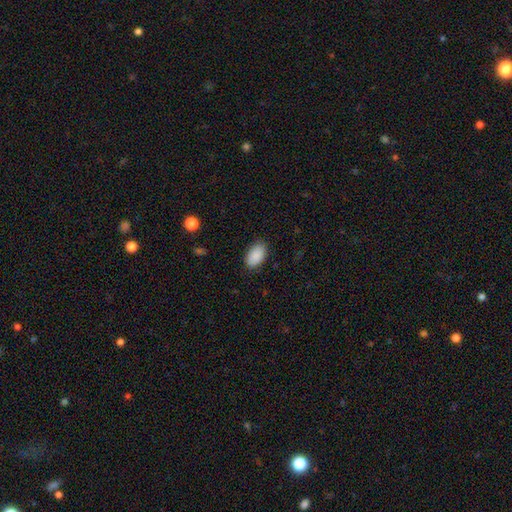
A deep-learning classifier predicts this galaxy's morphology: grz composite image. It shows a smooth galaxy with no disk features (90%) that is in between round and cigar-shaped (94%). Merging: none (85%).